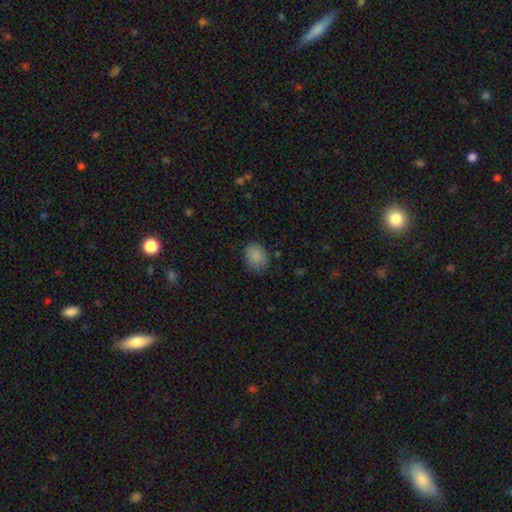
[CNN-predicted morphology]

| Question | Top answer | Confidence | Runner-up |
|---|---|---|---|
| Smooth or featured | smooth | 87% | star or artifact (8%) |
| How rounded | in between | 58% | round (41%) |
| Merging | none | 75% | minor disturbance (20%) |